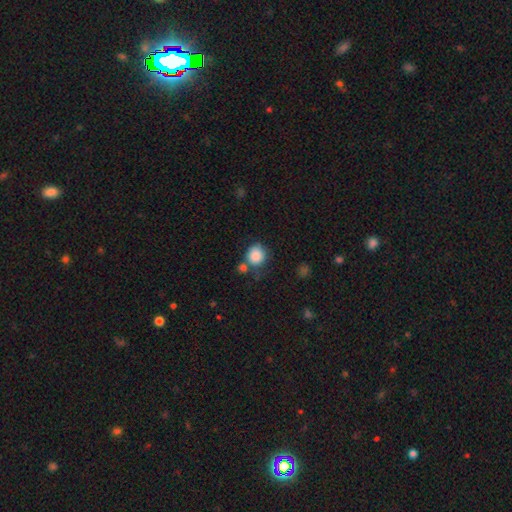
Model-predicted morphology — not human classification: Smooth or featured? smooth (87%)
How rounded? round (82%)
Merging? none (62%)